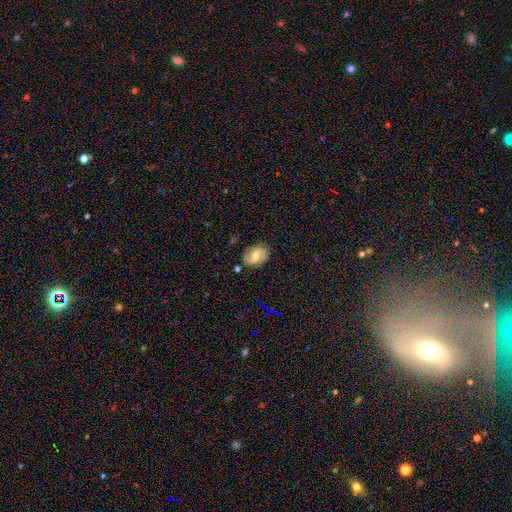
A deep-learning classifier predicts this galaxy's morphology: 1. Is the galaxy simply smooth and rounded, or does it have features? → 56% featured or disk, 34% smooth, 10% star or artifact.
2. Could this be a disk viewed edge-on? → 97% no, 3% yes.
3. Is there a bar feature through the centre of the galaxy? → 51% weak, 29% no, 20% strong.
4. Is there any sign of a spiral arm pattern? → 86% yes, 14% no.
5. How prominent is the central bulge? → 58% moderate, 35% small, 3% large, 3% none, 1% dominant.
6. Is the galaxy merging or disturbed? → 80% none, 15% minor disturbance, 4% major disturbance, 2% merger.